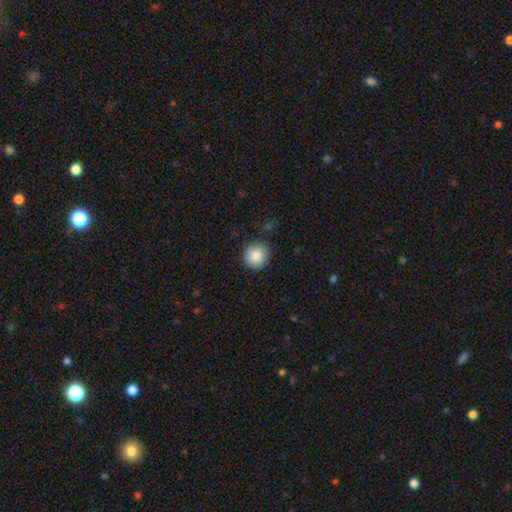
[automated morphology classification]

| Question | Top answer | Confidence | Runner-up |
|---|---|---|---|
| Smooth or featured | smooth | 85% | star or artifact (8%) |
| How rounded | round | 94% | in between (5%) |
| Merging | none | 87% | minor disturbance (10%) |